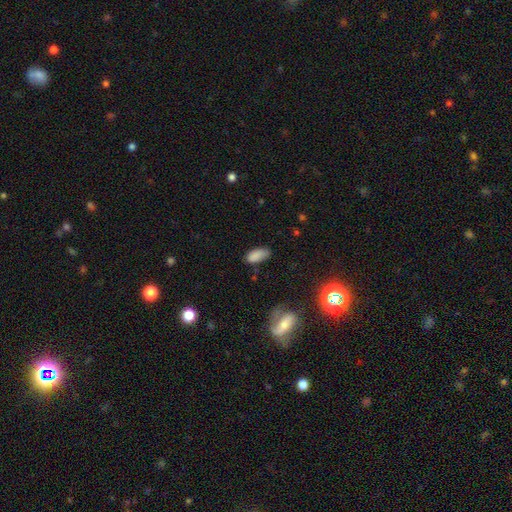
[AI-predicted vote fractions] Q: Smooth or featured?
A: smooth (84%); runner-up: star or artifact (9%)
Q: How rounded?
A: in between (90%); runner-up: cigar-shaped (8%)
Q: Merging?
A: none (64%); runner-up: minor disturbance (26%)